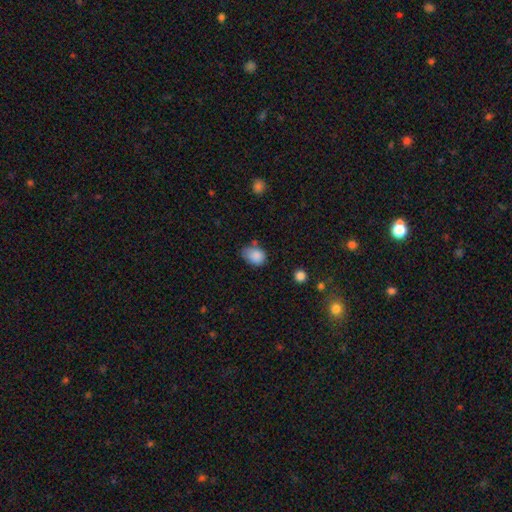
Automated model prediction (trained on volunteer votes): Overall: smooth (86%). How rounded: in between (62%; round 37%). Merging: none (49%; minor disturbance 36%).